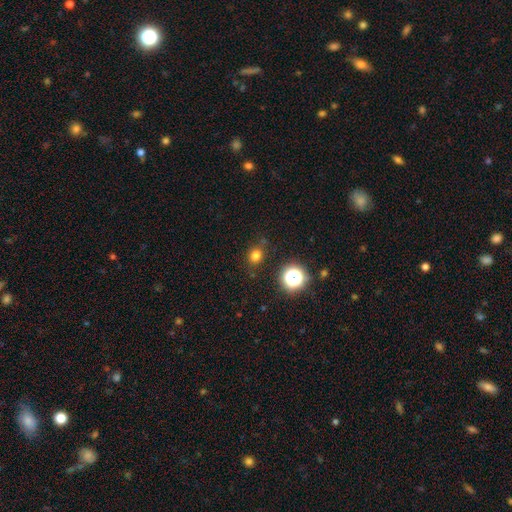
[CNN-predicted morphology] Q: Smooth or featured?
A: smooth (75%); runner-up: star or artifact (19%)
Q: How rounded?
A: round (77%); runner-up: in between (22%)
Q: Merging?
A: none (82%); runner-up: minor disturbance (11%)